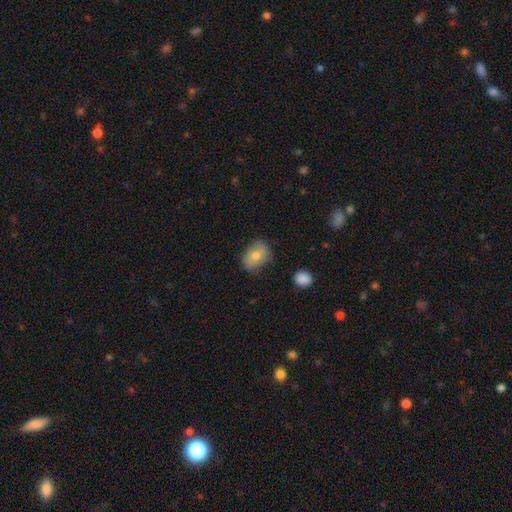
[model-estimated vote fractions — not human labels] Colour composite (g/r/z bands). It shows a smooth galaxy with no disk features (71%) that is in between round and cigar-shaped (74%). Merging: none (76%).